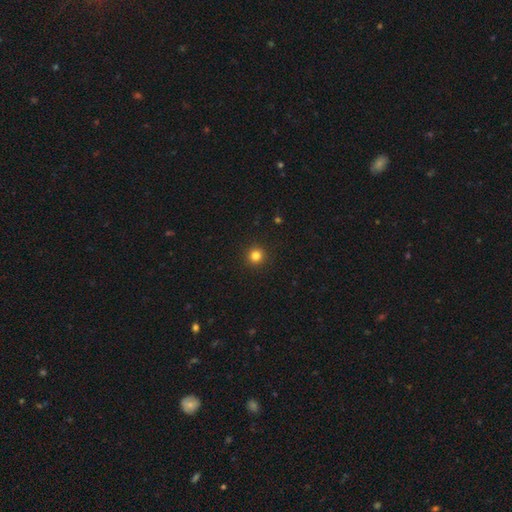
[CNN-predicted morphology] A smooth galaxy with no disk features (82%) that is round (95%).

Vote fractions:
- Smooth or featured? smooth: 82% / star or artifact: 13% / featured or disk: 5%
- How rounded? round: 95% / in between: 4% / cigar-shaped: 1%
- Merging? none: 93% / minor disturbance: 4% / major disturbance: 2% / merger: 1%